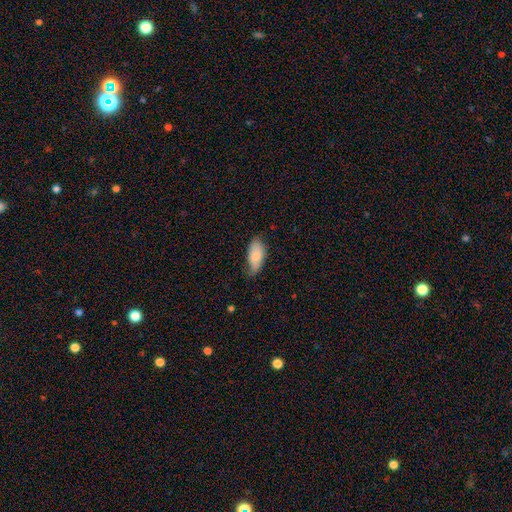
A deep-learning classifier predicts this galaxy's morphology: Smooth or featured? smooth (78%)
How rounded? in between (91%)
Merging? none (49%)